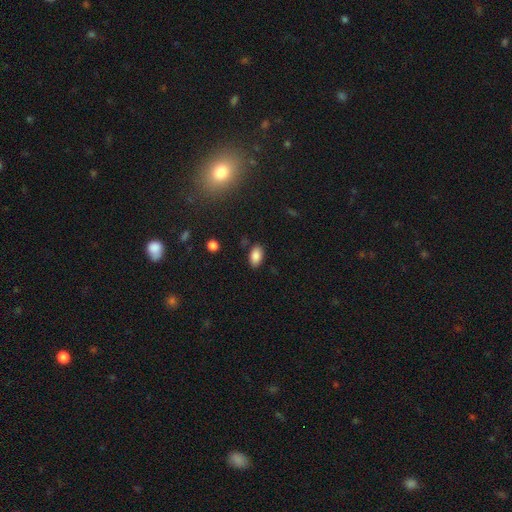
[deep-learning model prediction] Smooth or featured: smooth — 87% (star or artifact — 9%)
How rounded: in between — 92% (round — 5%)
Merging: none — 85% (minor disturbance — 11%)